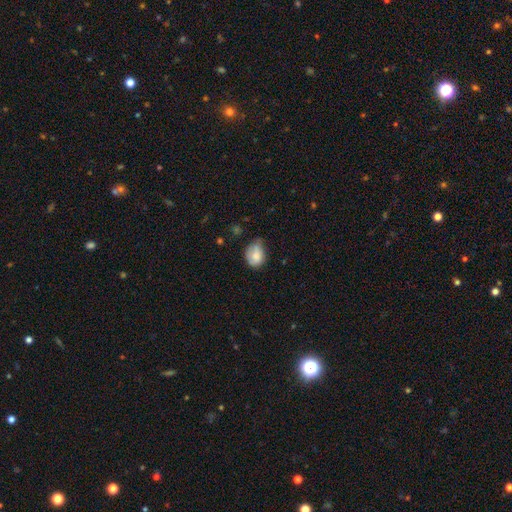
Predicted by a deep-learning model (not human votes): Q: Smooth or featured?
A: smooth (76%); runner-up: featured or disk (16%)
Q: How rounded?
A: in between (56%); runner-up: round (43%)
Q: Merging?
A: minor disturbance (46%); runner-up: none (36%)